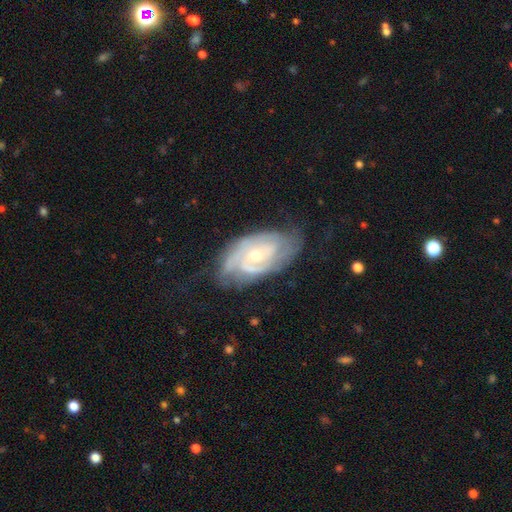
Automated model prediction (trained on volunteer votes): Morphology: type=featured or disk (85%); edge-on=no (95%); bar=no (65%); spiral arms=yes (95%); winding=tight (62%); arm count=2 (42%); bulge=small (54%); merging=none (67%).